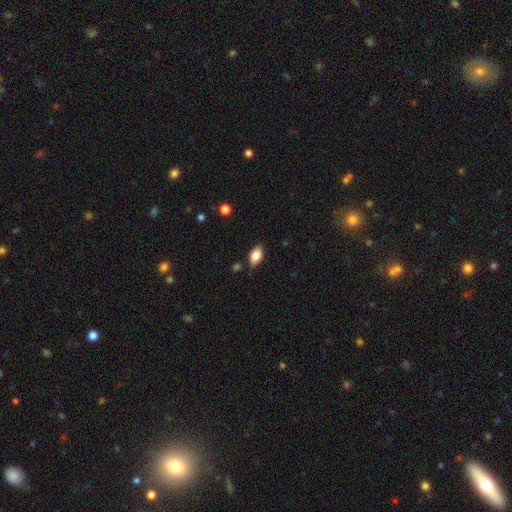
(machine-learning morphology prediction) This is clearly a smooth galaxy (82%). How rounded: clearly in between (92%). Merging: clearly none (83%).